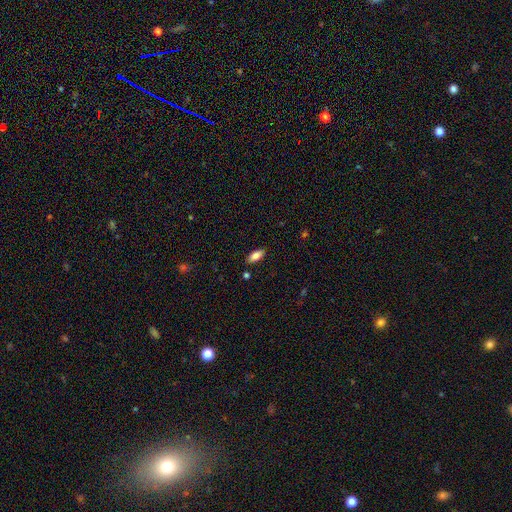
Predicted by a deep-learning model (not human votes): This appears to be a smooth galaxy with no disk features (81%) that is in between round and cigar-shaped (85%). Merging: none (87%).